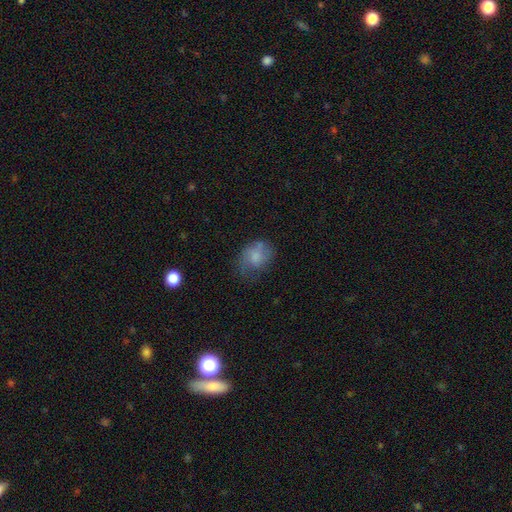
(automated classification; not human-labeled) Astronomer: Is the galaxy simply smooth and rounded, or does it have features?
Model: smooth — 70%.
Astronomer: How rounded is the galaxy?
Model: in between — 60% (runner-up: round, 39%).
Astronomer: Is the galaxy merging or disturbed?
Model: none — 42% (runner-up: minor disturbance, 33%).